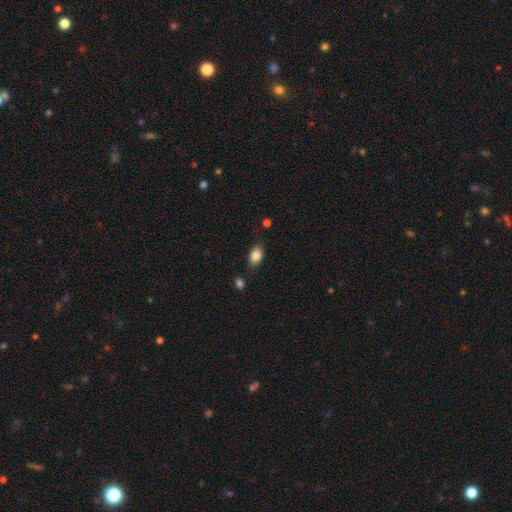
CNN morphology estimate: smooth_or_featured: smooth (p=0.85) [alt: star or artifact p=0.08]
how_rounded: in between (p=0.83) [alt: round p=0.15]
merging: none (p=0.75) [alt: minor disturbance p=0.18]